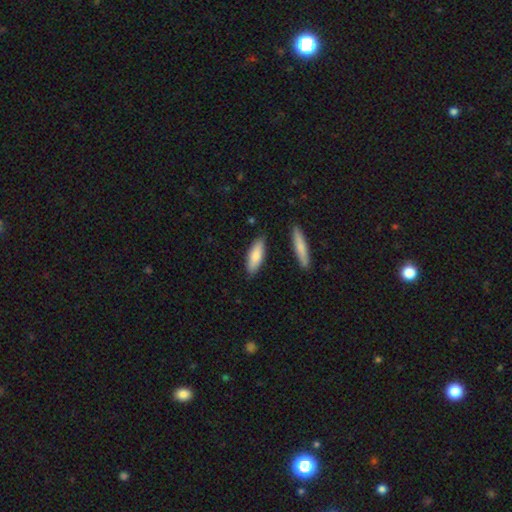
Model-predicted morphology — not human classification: smooth-or-featured: smooth: 82% | featured or disk: 13% | star or artifact: 5%
  how-rounded: in between: 52% | cigar-shaped: 46% | round: 2%
  merging: none: 83% | minor disturbance: 11% | merger: 4% | major disturbance: 2%